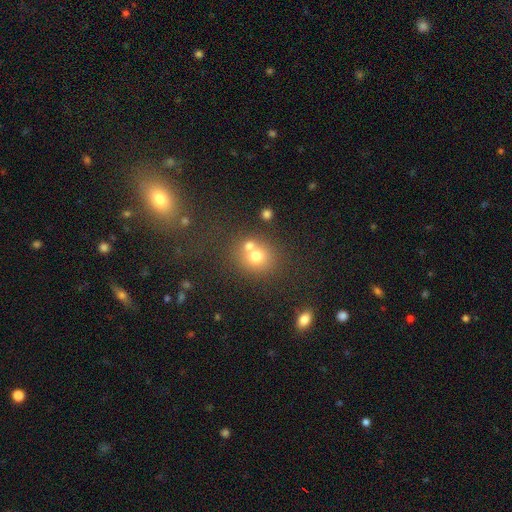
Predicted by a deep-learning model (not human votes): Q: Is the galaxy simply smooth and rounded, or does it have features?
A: smooth — 69%.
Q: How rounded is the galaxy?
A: round — 78%.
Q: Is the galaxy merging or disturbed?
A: none — 50%.